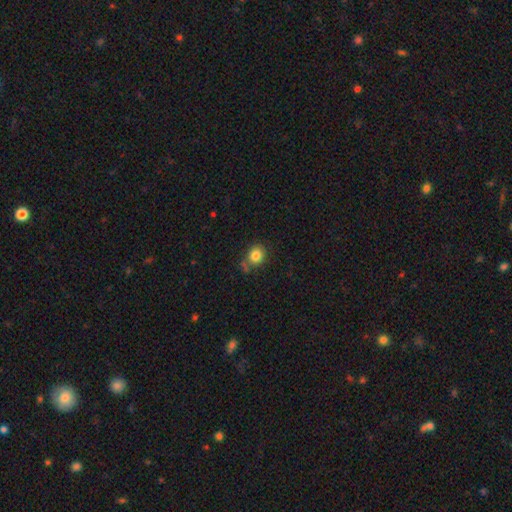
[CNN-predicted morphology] This is clearly a smooth galaxy (83%). How rounded: likely round (73%). Merging: likely none (69%).